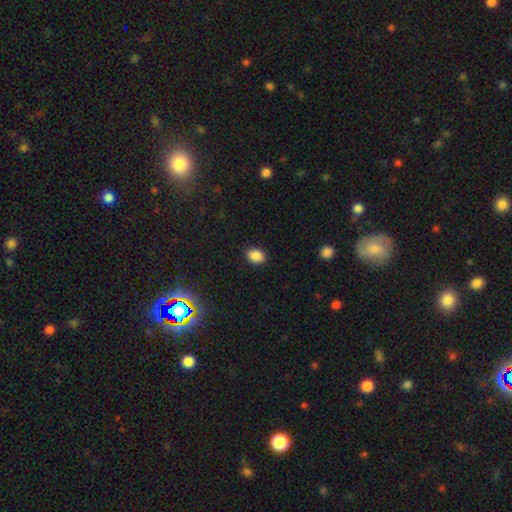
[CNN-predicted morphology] The model was most divided on "how rounded": in between: 68%, round: 31%, cigar-shaped: 1%. More confident: merging — none (88%); smooth or featured — smooth (87%).